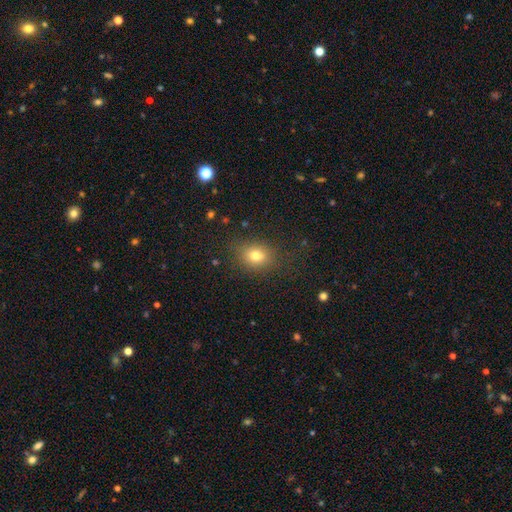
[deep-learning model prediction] Smooth or featured: smooth — 77% (star or artifact — 13%)
How rounded: round — 50% (in between — 49%)
Merging: none — 80% (minor disturbance — 13%)